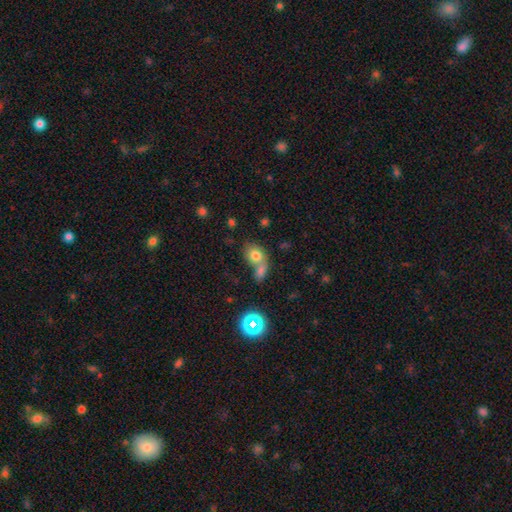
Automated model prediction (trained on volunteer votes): Morphology: type=smooth (75%); roundness=in between (52%); merging=merger (51%).